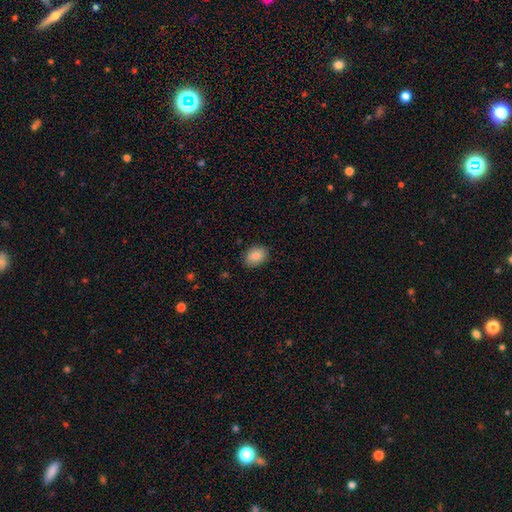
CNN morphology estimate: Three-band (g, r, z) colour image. It shows a smooth galaxy with no disk features (88%) that is in between round and cigar-shaped (74%). Merging: none (88%).